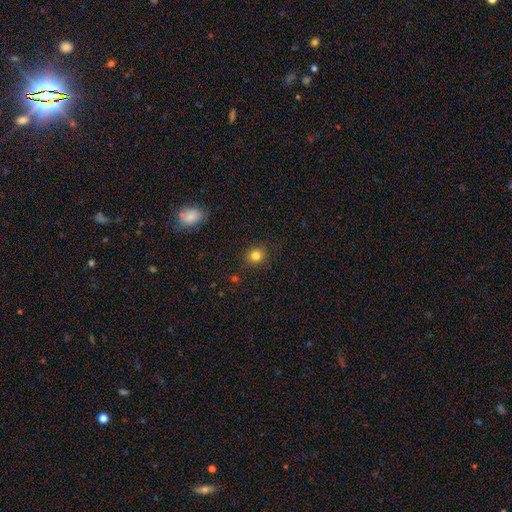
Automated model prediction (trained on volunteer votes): Morphology: type=smooth (81%); roundness=round (83%); merging=none (88%).